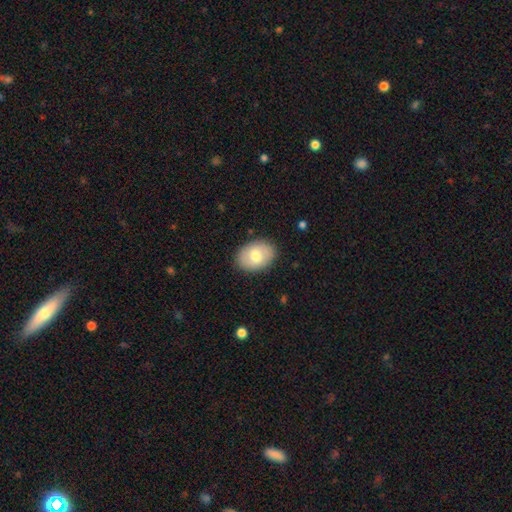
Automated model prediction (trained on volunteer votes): This is likely a smooth galaxy (72%). How rounded: likely in between (78%). Merging: clearly none (87%).